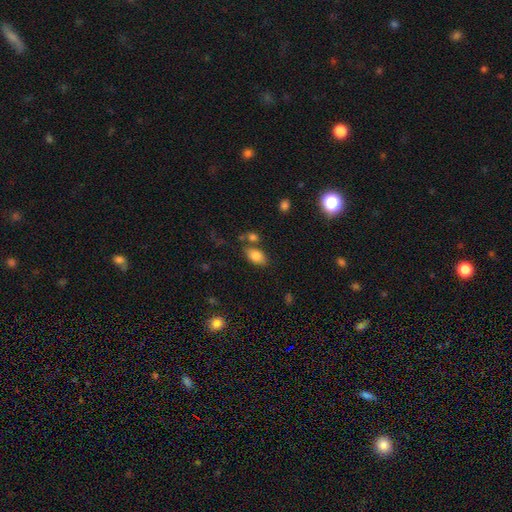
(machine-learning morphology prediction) A smooth galaxy with no disk features (83%) that is in between round and cigar-shaped (91%).

Vote fractions:
- Smooth or featured? smooth: 83% / featured or disk: 9% / star or artifact: 8%
- How rounded? in between: 91% / round: 7% / cigar-shaped: 2%
- Merging? none: 68% / merger: 14% / minor disturbance: 14% / major disturbance: 5%